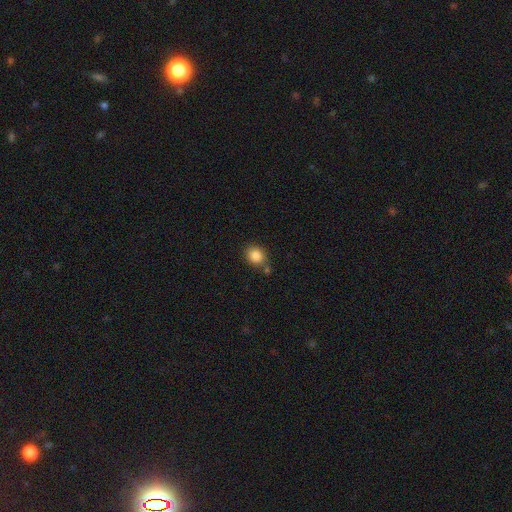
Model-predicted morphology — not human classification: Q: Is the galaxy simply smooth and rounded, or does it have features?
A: smooth — 86%.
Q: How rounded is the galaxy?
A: round — 67%.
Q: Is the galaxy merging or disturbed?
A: none — 71%.